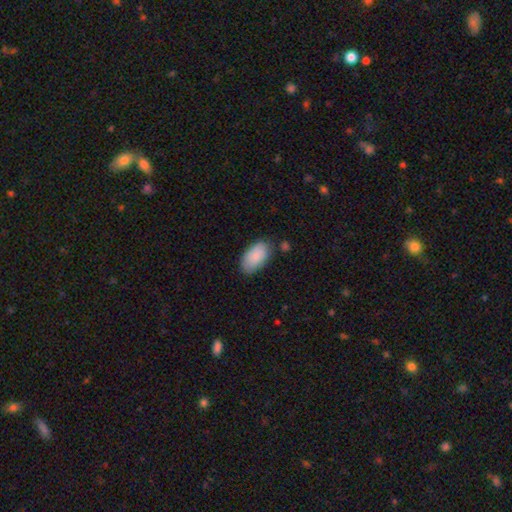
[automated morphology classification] Smooth or featured?
  - smooth: 86% *
  - featured or disk: 8%
  - star or artifact: 6%
How rounded?
  - in between: 95% *
  - round: 3%
  - cigar-shaped: 2%
Merging?
  - none: 76% *
  - minor disturbance: 17%
  - major disturbance: 4%
  - merger: 3%